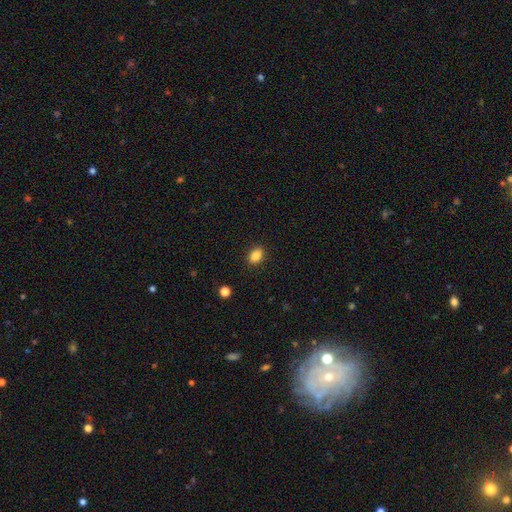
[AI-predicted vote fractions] smooth-or-featured: smooth: 85% | star or artifact: 10% | featured or disk: 5%
  how-rounded: in between: 70% | round: 29% | cigar-shaped: 1%
  merging: none: 89% | minor disturbance: 7% | major disturbance: 2% | merger: 1%